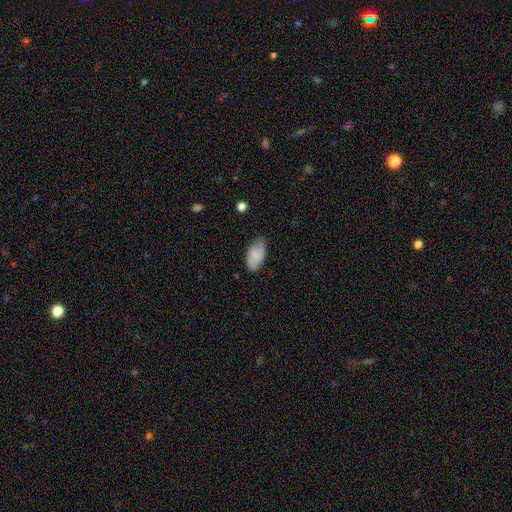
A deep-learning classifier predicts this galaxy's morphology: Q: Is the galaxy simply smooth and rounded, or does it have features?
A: smooth — 73%.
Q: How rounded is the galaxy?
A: in between — 94%.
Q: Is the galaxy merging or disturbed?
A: none — 77%.